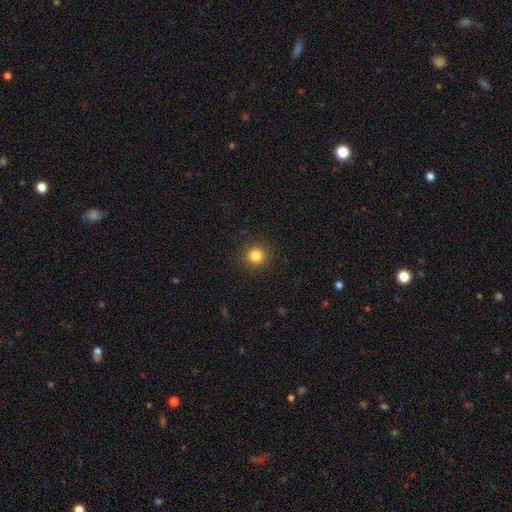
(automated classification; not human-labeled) This appears to be a smooth galaxy with no disk features (83%) that is round (93%). Merging: none (91%).